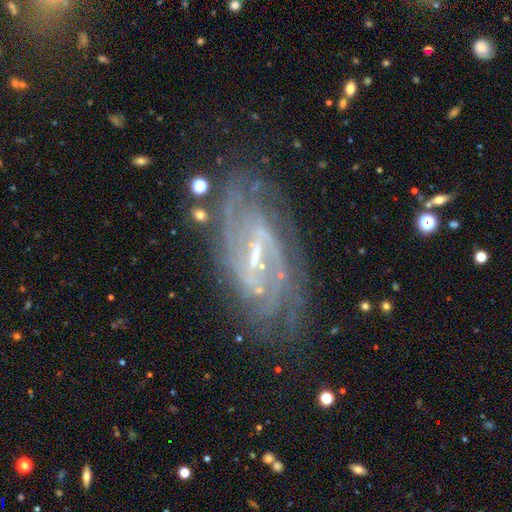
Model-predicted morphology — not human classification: Smooth or featured?
  - featured or disk: 87% *
  - star or artifact: 7%
  - smooth: 6%
Edge-on disk?
  - no: 94% *
  - yes: 6%
Bar?
  - weak: 45% *
  - strong: 42%
  - no: 13%
Spiral arms?
  - yes: 95% *
  - no: 5%
Spiral winding?
  - tight: 51% *
  - medium: 38%
  - loose: 12%
Spiral arm count?
  - 2: 39% *
  - can't tell: 28%
  - 3: 13%
  - 4: 9%
  - more than 4: 6%
  - 1: 5%
Bulge size?
  - small: 59% *
  - moderate: 24%
  - none: 14%
  - large: 2%
  - dominant: 1%
Merging?
  - none: 74% *
  - minor disturbance: 16%
  - major disturbance: 7%
  - merger: 2%